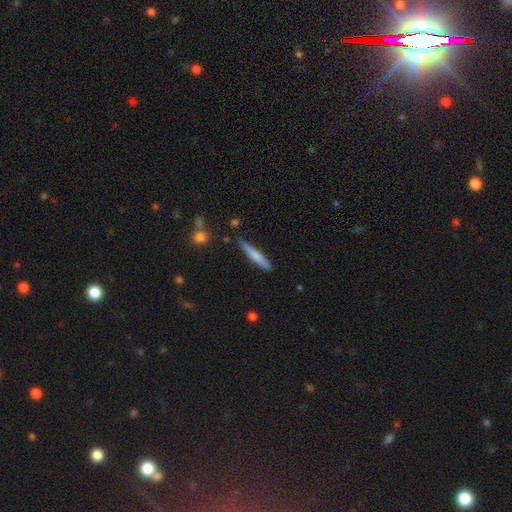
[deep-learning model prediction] Smooth or featured? smooth (69%)
How rounded? cigar-shaped (93%)
Merging? none (73%)